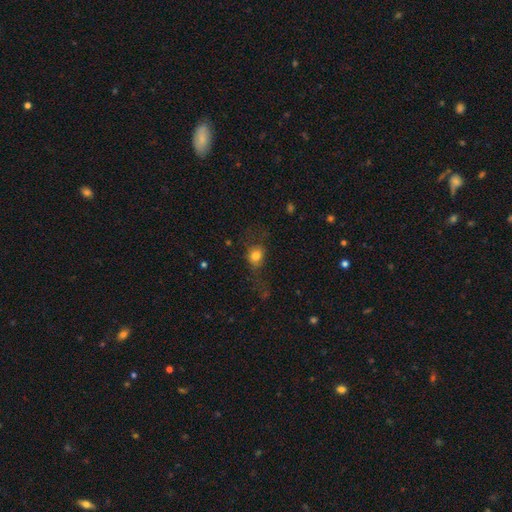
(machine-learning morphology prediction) Smooth or featured? smooth (73%)
How rounded? round (58%)
Merging? none (43%)